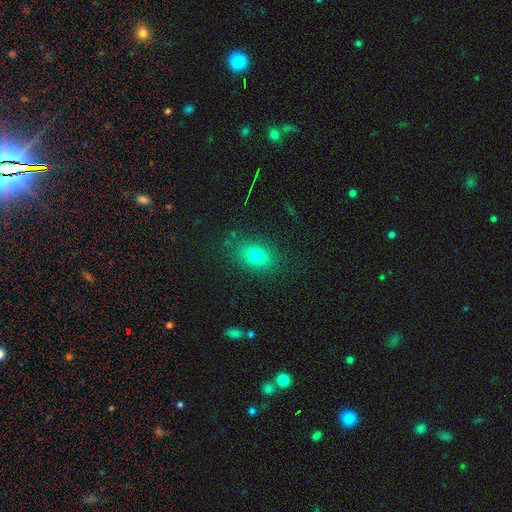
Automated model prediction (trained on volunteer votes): A smooth galaxy with no disk features (75%) that is in between round and cigar-shaped (73%). Merging: none (83%).